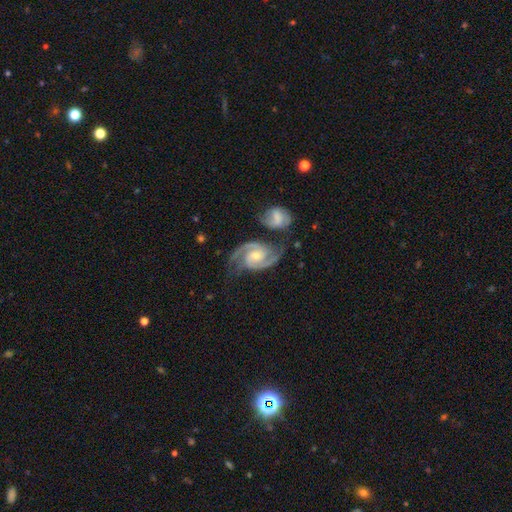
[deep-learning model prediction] featured or disk 92%, star or artifact 4%, smooth 4%. Down the decision tree: edge-on disk — no (98%); bar — no (45%); spiral arms — yes (98%); spiral arm count — 2 (93%); spiral winding — medium (56%); bulge size — moderate (52%); merging — none (62%).